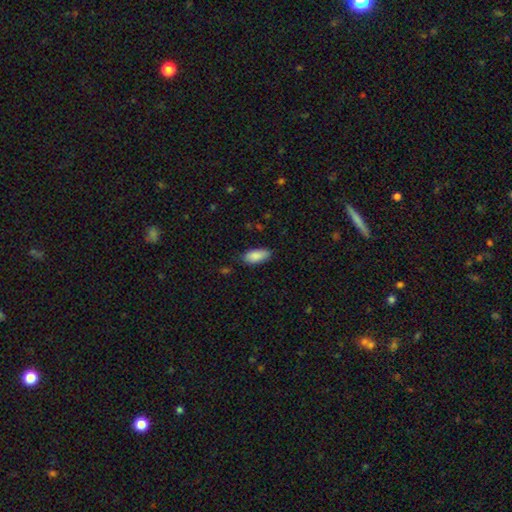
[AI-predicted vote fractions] smooth 89%, star or artifact 6%, featured or disk 5%. Down the decision tree: how rounded — in between (89%); merging — none (81%).